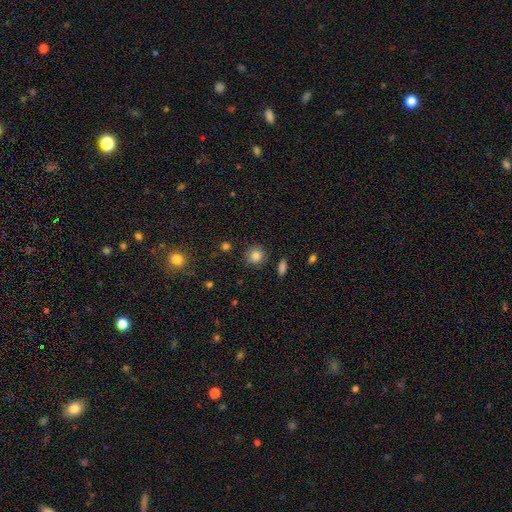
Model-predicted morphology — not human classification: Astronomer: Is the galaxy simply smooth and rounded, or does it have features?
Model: smooth — 83%.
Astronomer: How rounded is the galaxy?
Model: round — 89%.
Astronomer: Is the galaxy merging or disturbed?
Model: none — 87%.